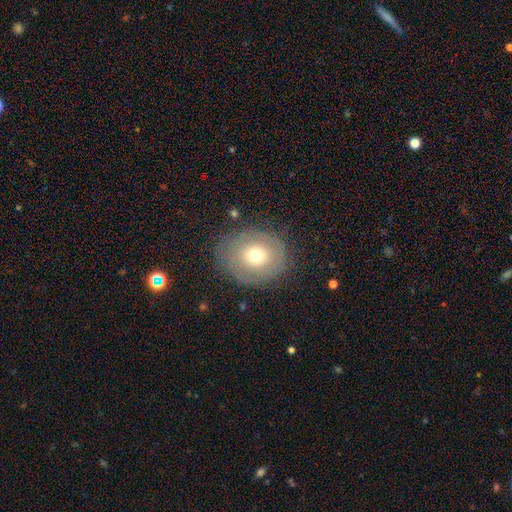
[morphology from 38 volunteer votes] A smooth galaxy with no disk features (50%) that is round (74%).

Vote fractions:
- Smooth or featured? smooth: 50% / featured or disk: 42% / star or artifact: 8%
- How rounded? round: 74% / in between: 26% / cigar-shaped: 0%
- Merging? none: 77% / minor disturbance: 17% / major disturbance: 3% / merger: 3%